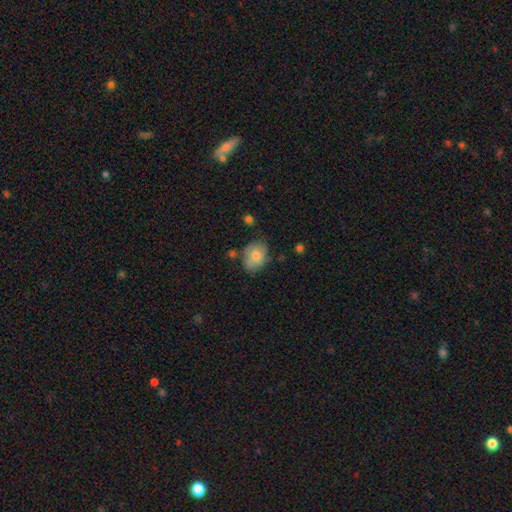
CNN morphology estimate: smooth 72%, featured or disk 20%, star or artifact 8%. Down the decision tree: how rounded — in between (59%); merging — none (61%).